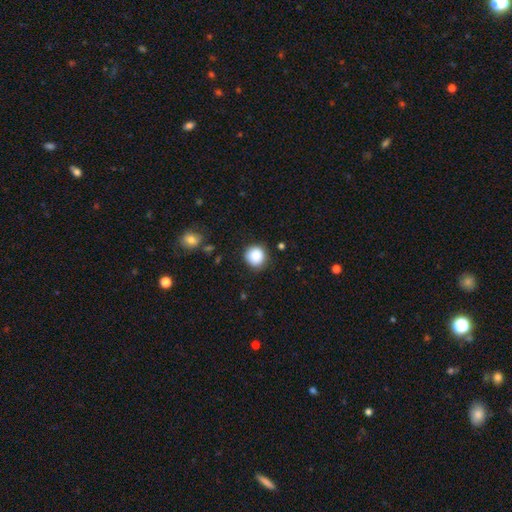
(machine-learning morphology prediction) A smooth galaxy with no disk features (88%) that is round (93%).

Vote fractions:
- Smooth or featured? smooth: 88% / star or artifact: 9% / featured or disk: 3%
- How rounded? round: 93% / in between: 6% / cigar-shaped: 1%
- Merging? none: 87% / minor disturbance: 9% / major disturbance: 3% / merger: 1%